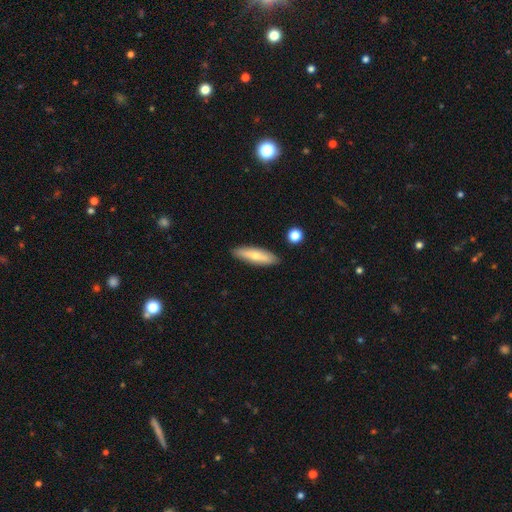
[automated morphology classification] This appears to be a smooth galaxy with no disk features (64%) that is cigar-shaped (63%). Merging: none (86%).